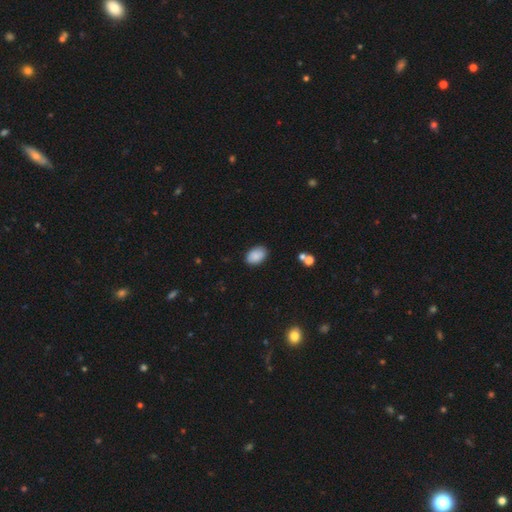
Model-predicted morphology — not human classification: The model was most divided on "merging": none: 86%, minor disturbance: 10%, major disturbance: 2%, merger: 1%. More confident: how rounded — in between (89%); smooth or featured — smooth (88%).